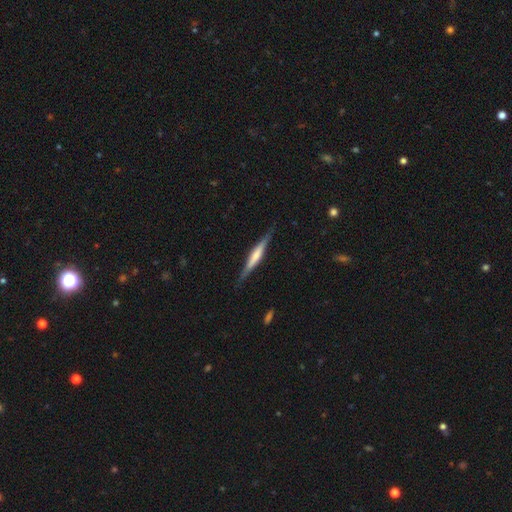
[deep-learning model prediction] Smooth or featured?
  - featured or disk: 63% *
  - smooth: 32%
  - star or artifact: 5%
Edge-on disk?
  - yes: 97% *
  - no: 3%
Edge-on bulge?
  - rounded: 51% *
  - boxy: 26%
  - none: 24%
Merging?
  - none: 87% *
  - minor disturbance: 10%
  - major disturbance: 2%
  - merger: 1%